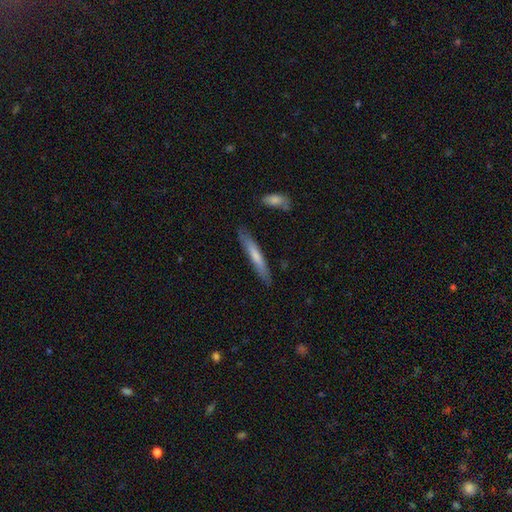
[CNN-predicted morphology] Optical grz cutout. It shows a smooth galaxy with no disk features (62%) that is cigar-shaped (93%). Merging: none (84%).